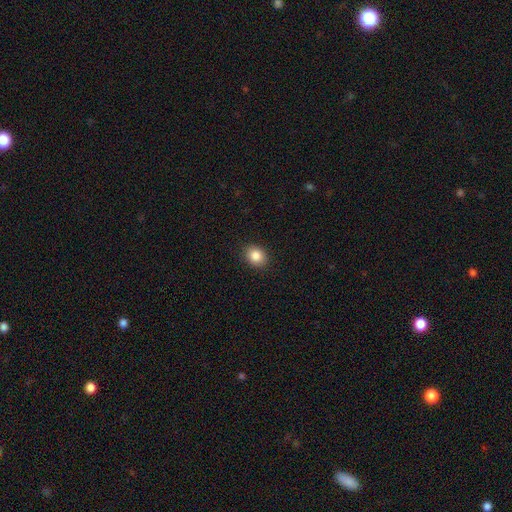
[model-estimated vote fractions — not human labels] Smooth or featured? Predicted: smooth (p=0.86). How rounded? Predicted: in between (p=0.50). Merging? Predicted: none (p=0.90).